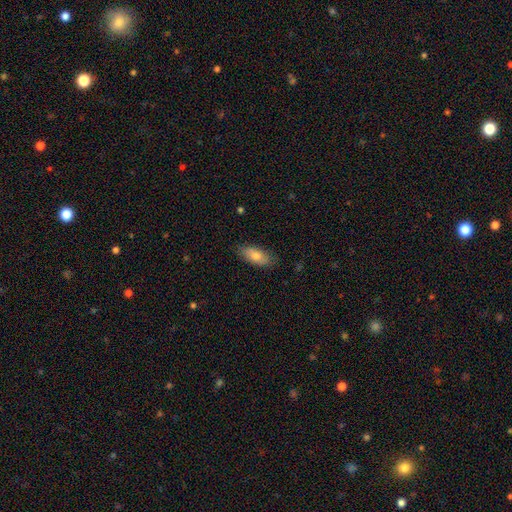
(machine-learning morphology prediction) Smooth or featured: smooth — 76% (featured or disk — 17%)
How rounded: in between — 84% (cigar-shaped — 14%)
Merging: none — 83% (minor disturbance — 13%)